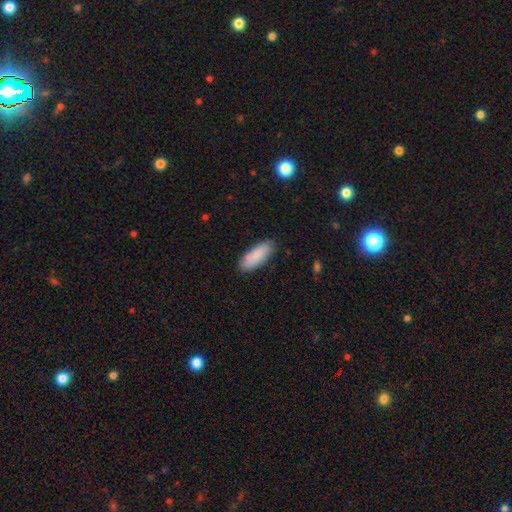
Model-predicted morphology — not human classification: This is clearly a smooth galaxy (85%). How rounded: likely in between (74%). Merging: clearly none (83%).